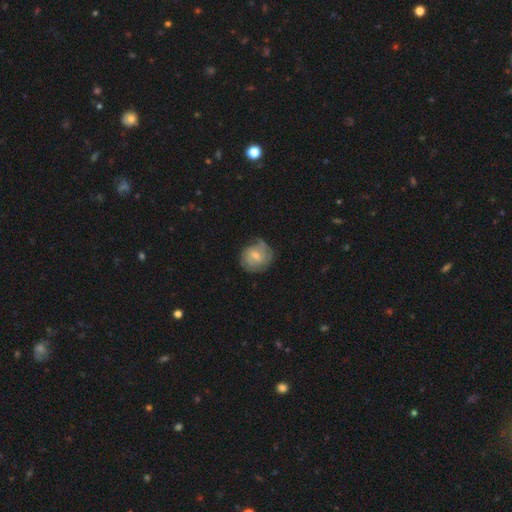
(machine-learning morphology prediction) Smooth or featured?
  - featured or disk: 58% *
  - smooth: 35%
  - star or artifact: 7%
Edge-on disk?
  - no: 97% *
  - yes: 3%
Bar?
  - weak: 55% *
  - no: 35%
  - strong: 10%
Spiral arms?
  - yes: 83% *
  - no: 17%
Bulge size?
  - small: 48% *
  - moderate: 42%
  - none: 7%
  - large: 3%
  - dominant: 1%
Merging?
  - none: 66% *
  - minor disturbance: 23%
  - major disturbance: 9%
  - merger: 1%